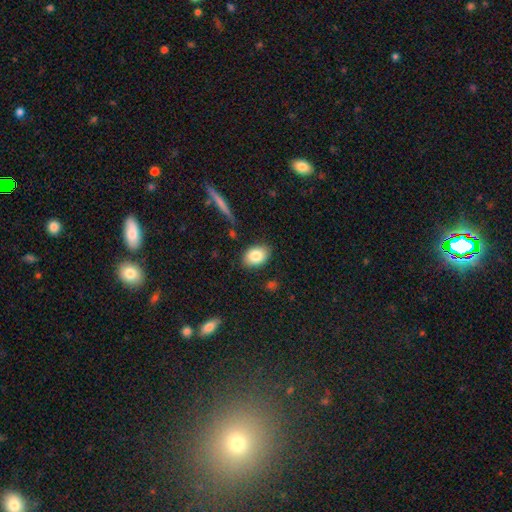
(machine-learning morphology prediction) Smooth or featured: smooth — 83% (featured or disk — 9%)
How rounded: in between — 83% (round — 16%)
Merging: none — 84% (minor disturbance — 11%)